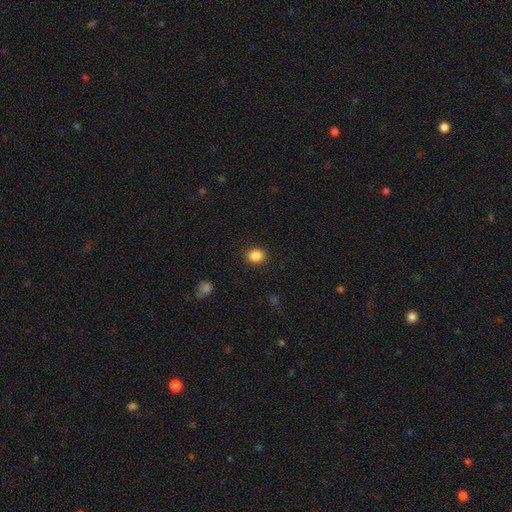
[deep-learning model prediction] The model was most divided on "how rounded": round: 79%, in between: 20%, cigar-shaped: 1%. More confident: merging — none (91%); smooth or featured — smooth (86%).